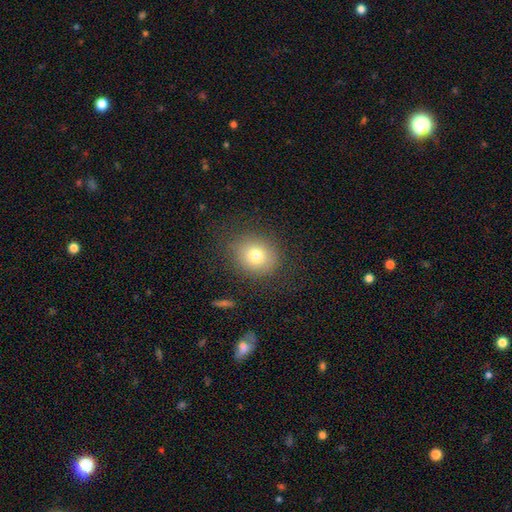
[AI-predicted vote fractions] The model was most divided on "how rounded": round: 75%, in between: 24%, cigar-shaped: 1%. More confident: merging — none (83%); smooth or featured — smooth (74%).